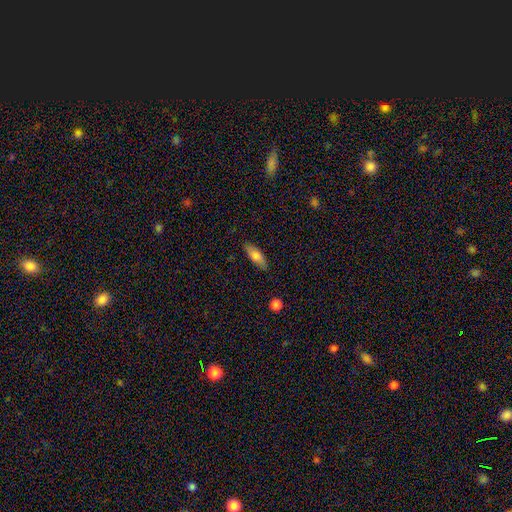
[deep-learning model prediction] smooth-or-featured: smooth: 73% | featured or disk: 20% | star or artifact: 7%
  how-rounded: in between: 63% | cigar-shaped: 34% | round: 2%
  merging: none: 83% | minor disturbance: 13% | major disturbance: 2% | merger: 1%